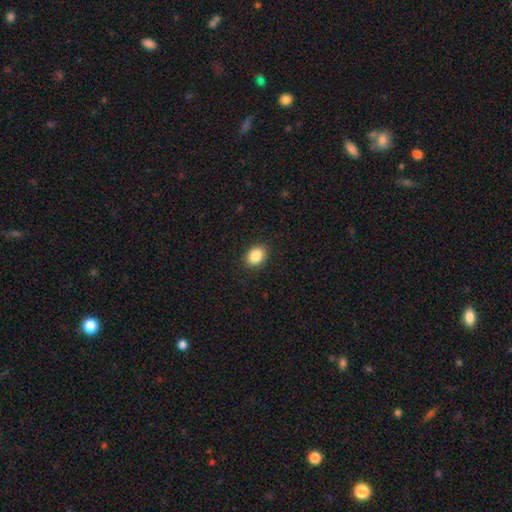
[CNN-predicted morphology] Q: Smooth or featured?
A: smooth (87%); runner-up: star or artifact (9%)
Q: How rounded?
A: in between (62%); runner-up: round (37%)
Q: Merging?
A: none (90%); runner-up: minor disturbance (7%)